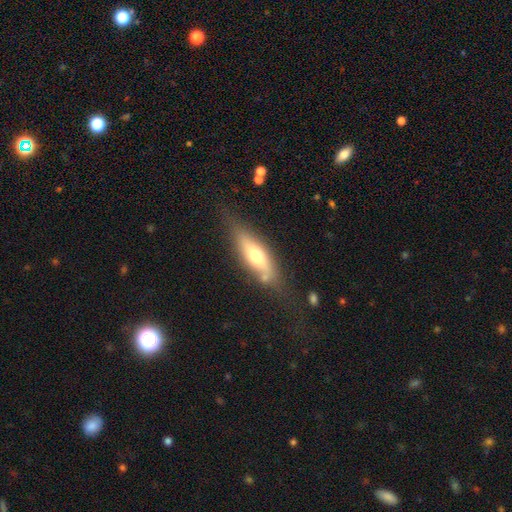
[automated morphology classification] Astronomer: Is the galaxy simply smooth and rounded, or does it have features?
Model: smooth — 50% (runner-up: featured or disk, 43%).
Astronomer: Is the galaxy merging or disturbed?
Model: none — 68%.